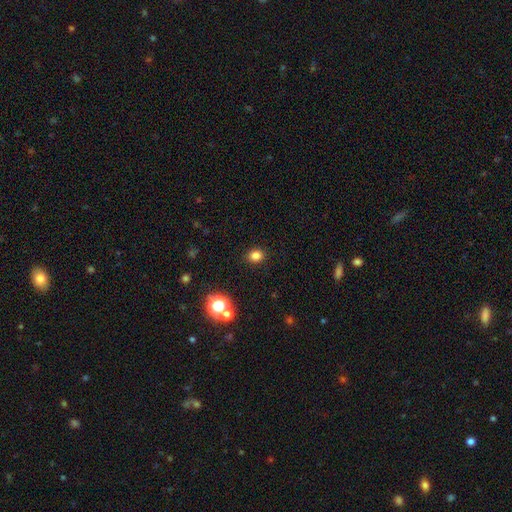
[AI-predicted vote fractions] A smooth galaxy with no disk features (80%) that is round (68%). Merging: none (89%).